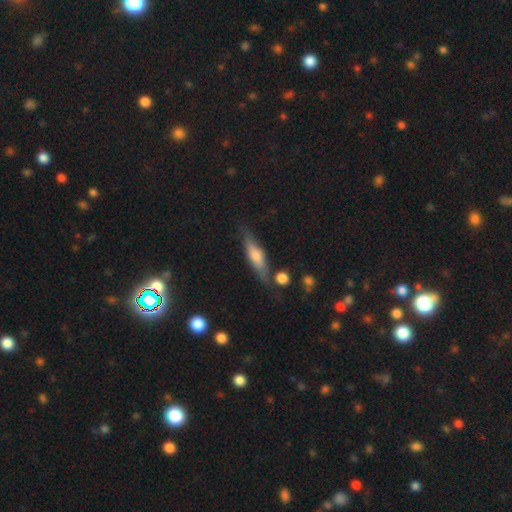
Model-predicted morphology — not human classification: Smooth or featured? smooth (49%)
Merging? none (72%)